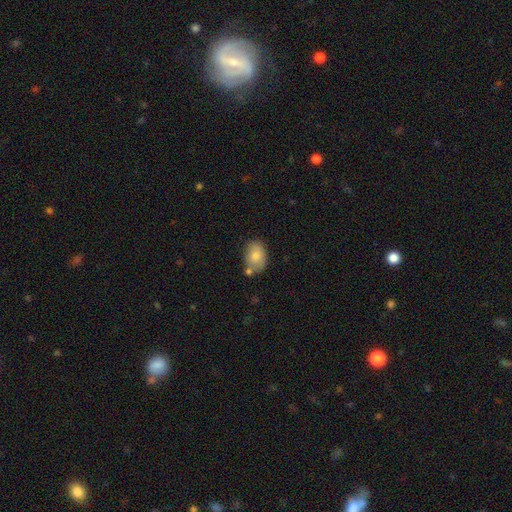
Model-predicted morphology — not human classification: type=smooth (80%); roundness=in between (83%); merging=none (62%).